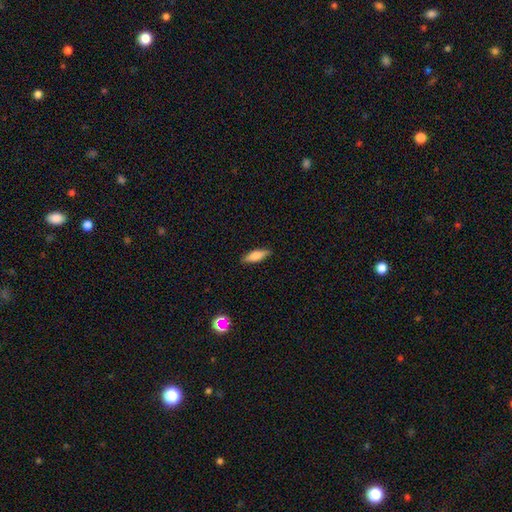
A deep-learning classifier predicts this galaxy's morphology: smooth_or_featured: smooth (p=0.68) [alt: featured or disk p=0.25]
how_rounded: in between (p=0.51) [alt: cigar-shaped p=0.47]
merging: none (p=0.86) [alt: minor disturbance p=0.11]